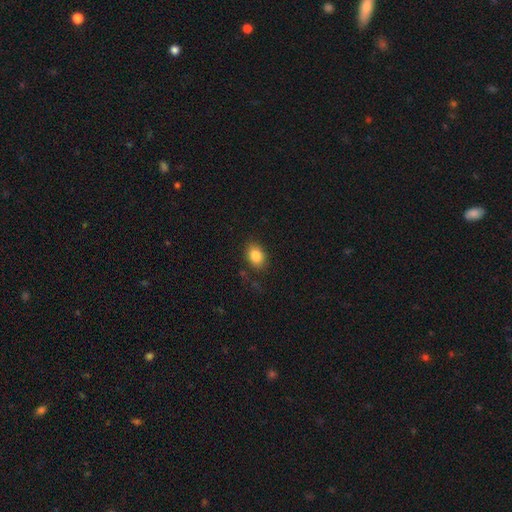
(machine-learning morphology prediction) This is clearly a smooth galaxy (85%). How rounded: likely in between (75%). Merging: clearly none (83%).